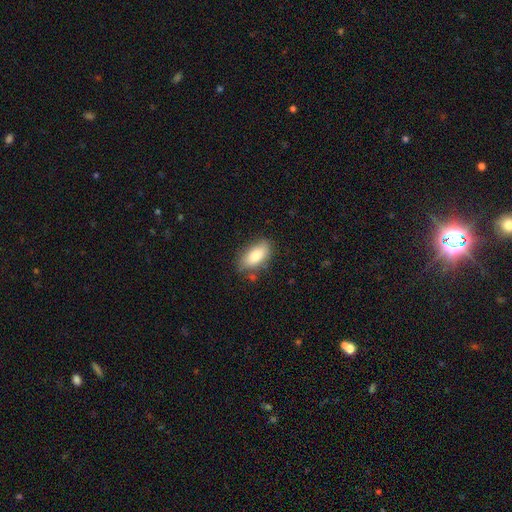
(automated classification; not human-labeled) Smooth or featured?
  - smooth: 81% *
  - featured or disk: 12%
  - star or artifact: 7%
How rounded?
  - in between: 88% *
  - cigar-shaped: 8%
  - round: 3%
Merging?
  - none: 77% *
  - minor disturbance: 17%
  - major disturbance: 4%
  - merger: 3%